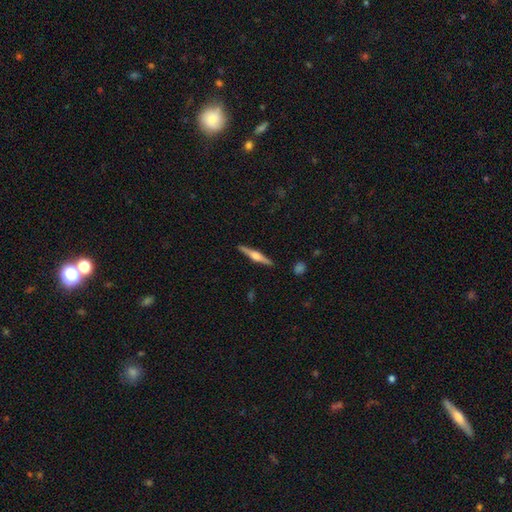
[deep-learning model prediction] The model was most divided on "smooth or featured": featured or disk: 73%, smooth: 22%, star or artifact: 5%. More confident: edge-on disk — yes (98%); merging — none (91%); edge-on bulge — rounded (89%).